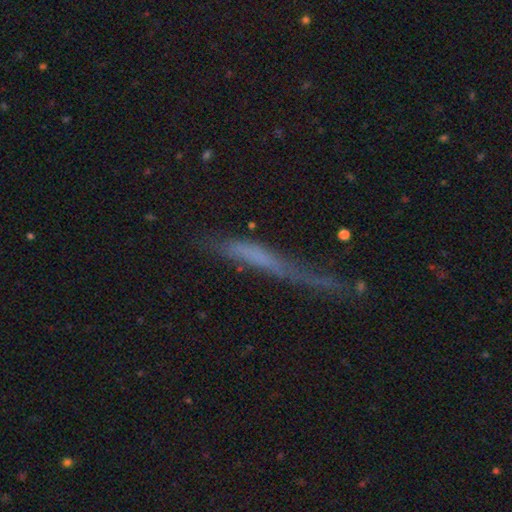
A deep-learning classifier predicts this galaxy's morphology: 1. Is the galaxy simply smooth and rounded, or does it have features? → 45% smooth, 41% featured or disk, 14% star or artifact.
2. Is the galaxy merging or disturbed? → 38% none, 29% major disturbance, 27% minor disturbance, 7% merger.